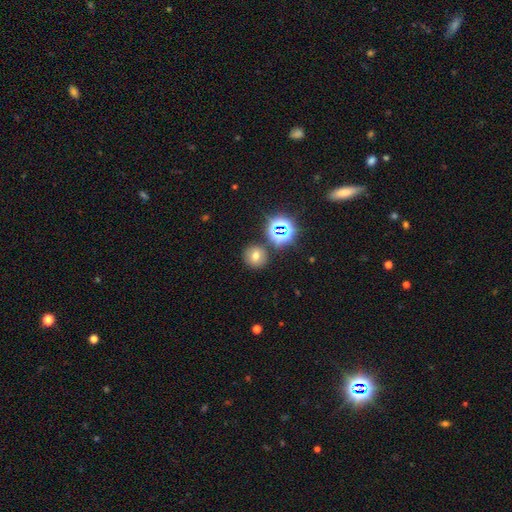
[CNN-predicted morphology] The model was most divided on "smooth or featured": smooth: 64%, star or artifact: 24%, featured or disk: 13%. More confident: how rounded — round (90%); merging — none (83%).